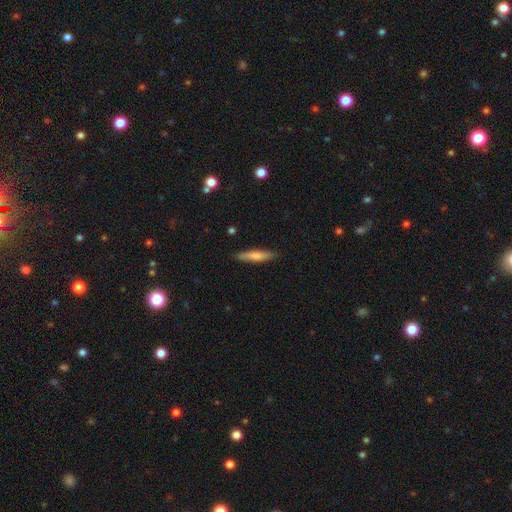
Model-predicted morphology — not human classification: A smooth galaxy with no disk features (74%) that is cigar-shaped (86%). Merging: none (87%).